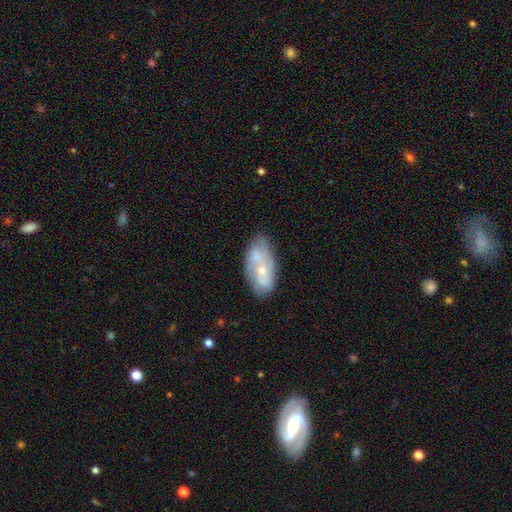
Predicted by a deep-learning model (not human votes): Smooth or featured: featured or disk — 59% (smooth — 34%)
Edge-on disk: no — 95% (yes — 5%)
Bar: no — 67% (weak — 28%)
Spiral arms: yes — 69% (no — 31%)
Bulge size: small — 44% (tied with moderate — 44%)
Merging: none — 59% (minor disturbance — 24%)